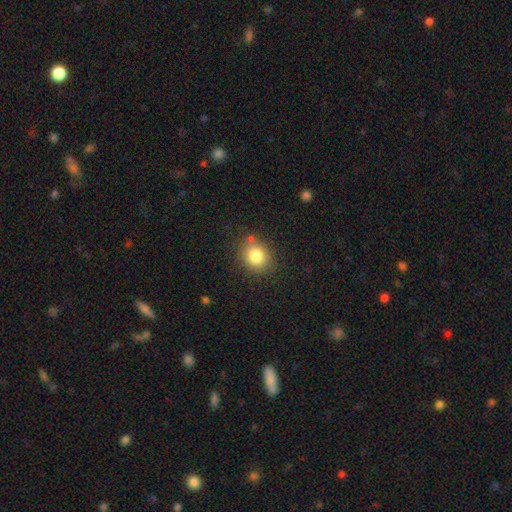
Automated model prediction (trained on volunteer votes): Smooth or featured? smooth (82%)
How rounded? round (71%)
Merging? none (81%)